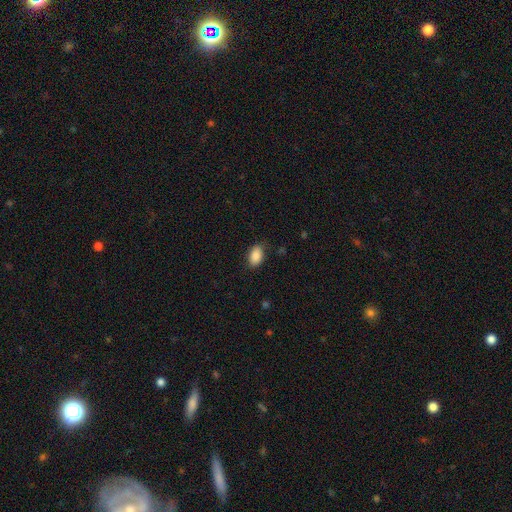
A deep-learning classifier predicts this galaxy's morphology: Q: Smooth or featured?
A: smooth (88%); runner-up: star or artifact (7%)
Q: How rounded?
A: in between (89%); runner-up: round (9%)
Q: Merging?
A: none (82%); runner-up: minor disturbance (14%)